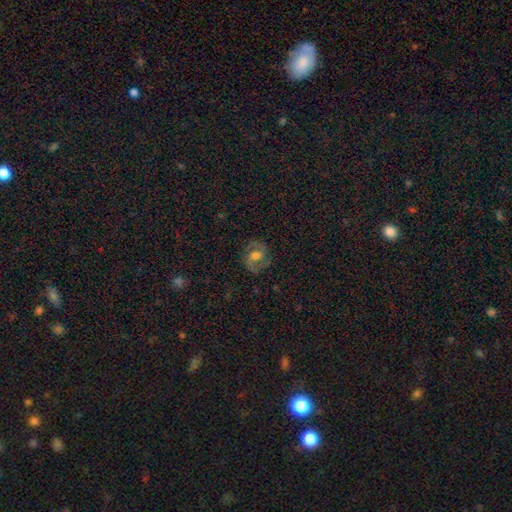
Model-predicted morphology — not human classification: Smooth or featured? featured or disk (65%)
Edge-on disk? no (97%)
Bar? no (44%)
Spiral arms? yes (87%)
Spiral winding? medium (53%)
Spiral arm count? 2 (87%)
Bulge size? moderate (67%)
Merging? none (80%)